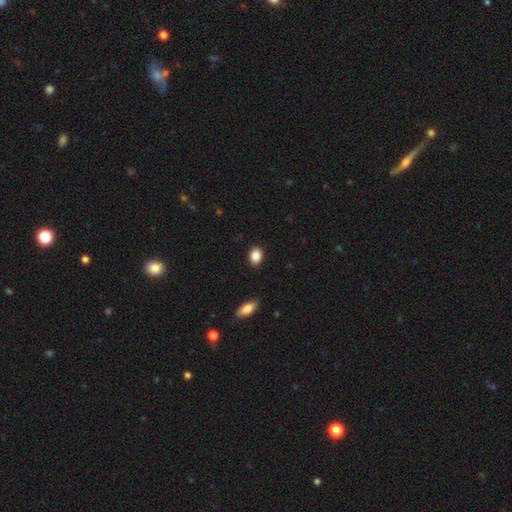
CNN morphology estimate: Smooth or featured?
  - smooth: 87% *
  - star or artifact: 8%
  - featured or disk: 4%
How rounded?
  - in between: 67% *
  - round: 32%
  - cigar-shaped: 1%
Merging?
  - none: 90% *
  - minor disturbance: 7%
  - major disturbance: 2%
  - merger: 1%